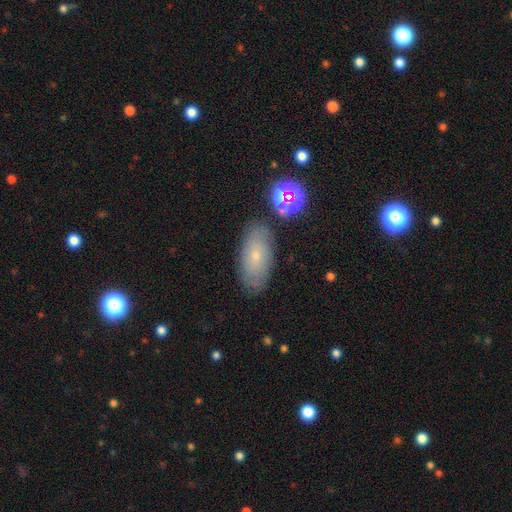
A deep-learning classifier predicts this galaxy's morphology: smooth-or-featured: smooth: 60% | featured or disk: 27% | star or artifact: 13%
  how-rounded: in between: 88% | cigar-shaped: 7% | round: 5%
  merging: none: 81% | minor disturbance: 13% | major disturbance: 3% | merger: 3%